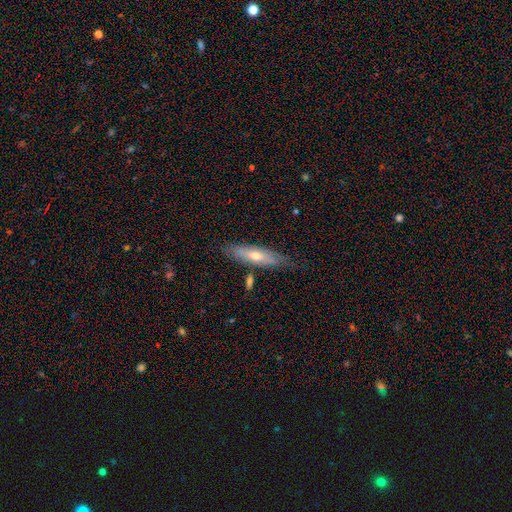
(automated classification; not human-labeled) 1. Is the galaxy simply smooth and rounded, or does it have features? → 47% featured or disk, 46% smooth, 7% star or artifact.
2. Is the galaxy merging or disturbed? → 74% none, 19% minor disturbance, 4% merger, 4% major disturbance.